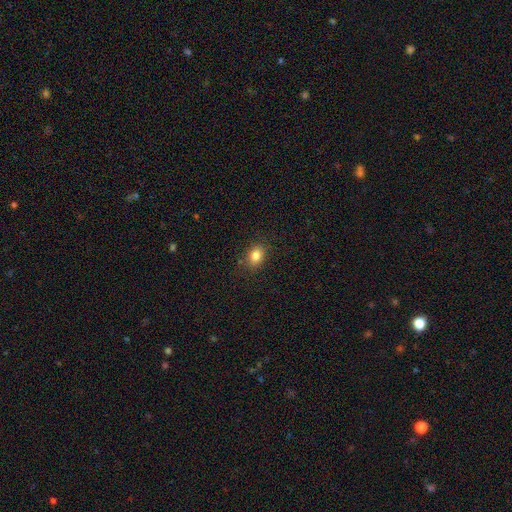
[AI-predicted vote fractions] Smooth or featured? Predicted: smooth (p=0.83). How rounded? Predicted: in between (p=0.63). Merging? Predicted: none (p=0.84).